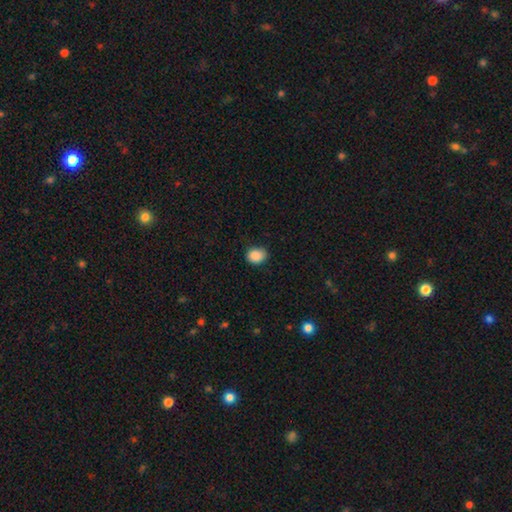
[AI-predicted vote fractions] The model was most divided on "how rounded": round: 53%, in between: 46%, cigar-shaped: 1%. More confident: smooth or featured — smooth (89%); merging — none (80%).